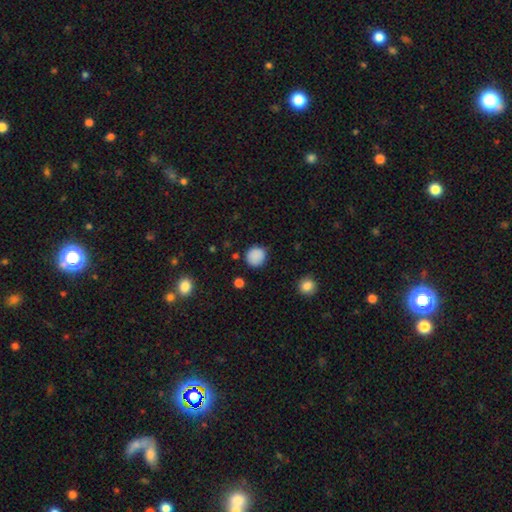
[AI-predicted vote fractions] smooth-or-featured: smooth: 87% | star or artifact: 10% | featured or disk: 4%
  how-rounded: round: 90% | in between: 9% | cigar-shaped: 1%
  merging: none: 84% | minor disturbance: 12% | major disturbance: 3% | merger: 2%